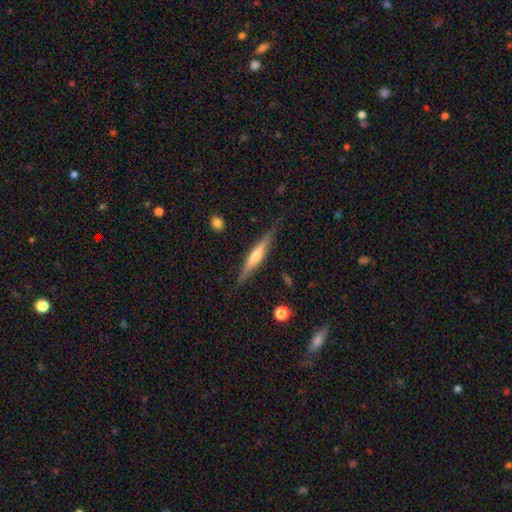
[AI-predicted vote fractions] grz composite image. It shows a featured or disk galaxy (65%) viewed edge-on (96%) with a rounded central bulge (67%). Merging: none (83%).